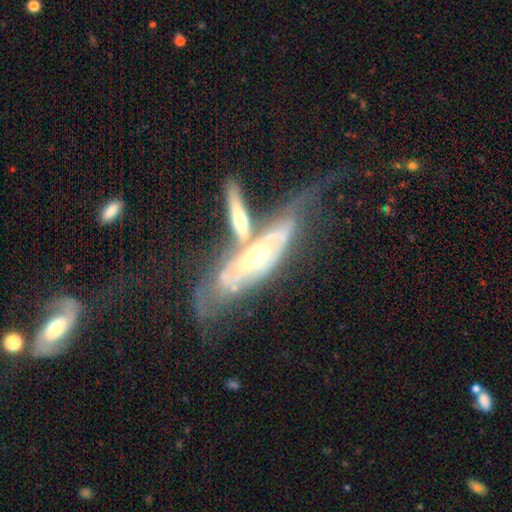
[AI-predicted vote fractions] A featured or disk galaxy (79%). Merging: merger (41%).